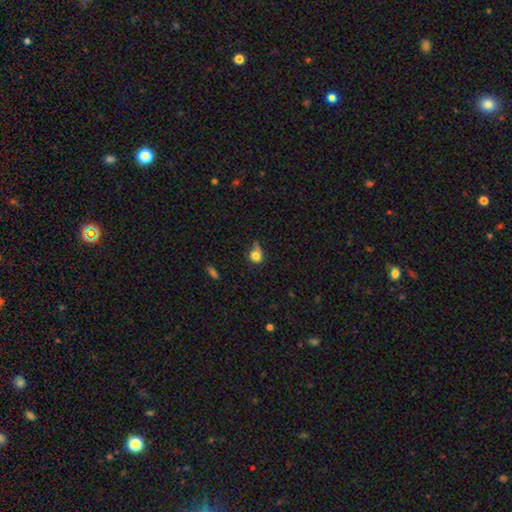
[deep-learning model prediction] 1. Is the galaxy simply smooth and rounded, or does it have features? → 77% smooth, 13% featured or disk, 10% star or artifact.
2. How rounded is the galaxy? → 63% round, 35% in between, 2% cigar-shaped.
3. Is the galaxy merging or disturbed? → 40% none, 32% minor disturbance, 21% major disturbance, 8% merger.